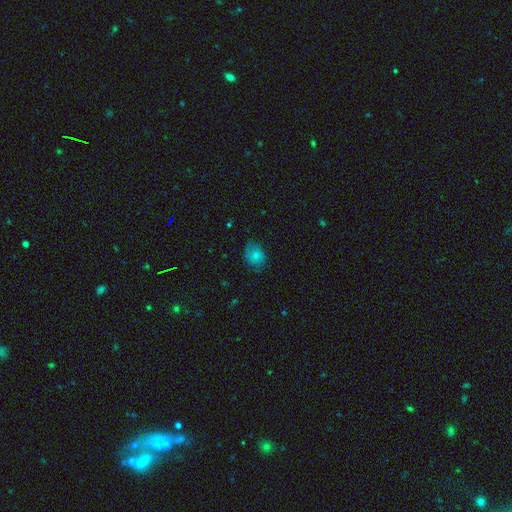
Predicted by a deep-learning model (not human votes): A smooth galaxy with no disk features (70%) that is in between round and cigar-shaped (57%).

Vote fractions:
- Smooth or featured? smooth: 70% / featured or disk: 20% / star or artifact: 10%
- How rounded? in between: 57% / round: 42% / cigar-shaped: 1%
- Merging? none: 63% / minor disturbance: 27% / major disturbance: 8% / merger: 1%